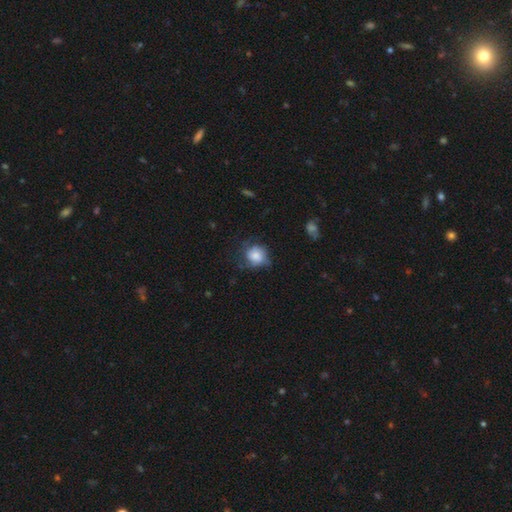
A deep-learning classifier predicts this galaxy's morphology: This is likely a smooth galaxy (61%). How rounded: likely round (77%). Merging: possibly none (51%).